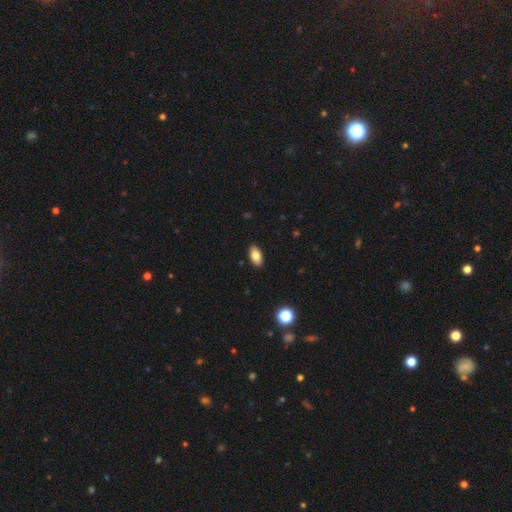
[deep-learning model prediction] smooth-or-featured: smooth: 81% | featured or disk: 11% | star or artifact: 8%
  how-rounded: in between: 93% | round: 4% | cigar-shaped: 4%
  merging: none: 90% | minor disturbance: 7% | major disturbance: 2% | merger: 1%